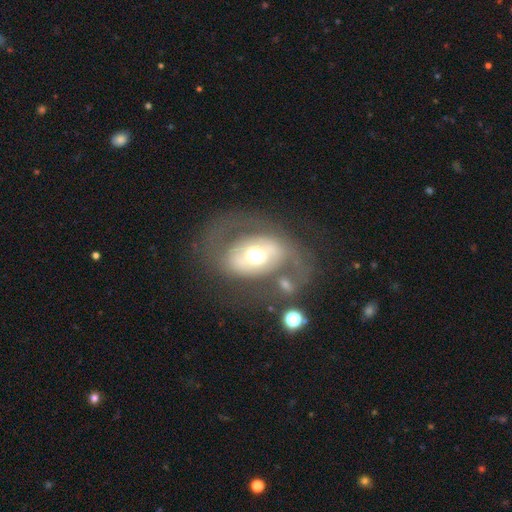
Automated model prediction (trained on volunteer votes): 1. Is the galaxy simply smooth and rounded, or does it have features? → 65% featured or disk, 27% smooth, 7% star or artifact.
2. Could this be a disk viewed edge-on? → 94% no, 6% yes.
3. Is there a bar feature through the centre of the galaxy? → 54% no, 25% weak, 21% strong.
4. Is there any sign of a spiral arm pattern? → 52% no, 48% yes.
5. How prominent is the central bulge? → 62% moderate, 27% large, 6% small, 5% dominant, 1% none.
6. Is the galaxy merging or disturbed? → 60% none, 18% major disturbance, 15% minor disturbance, 7% merger.